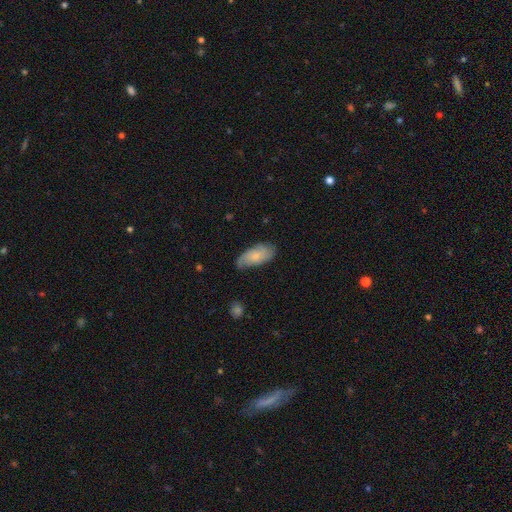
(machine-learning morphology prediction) A smooth galaxy with no disk features (62%) that is in between round and cigar-shaped (89%).

Vote fractions:
- Smooth or featured? smooth: 62% / featured or disk: 32% / star or artifact: 6%
- How rounded? in between: 89% / cigar-shaped: 8% / round: 3%
- Merging? none: 65% / minor disturbance: 27% / major disturbance: 6% / merger: 2%